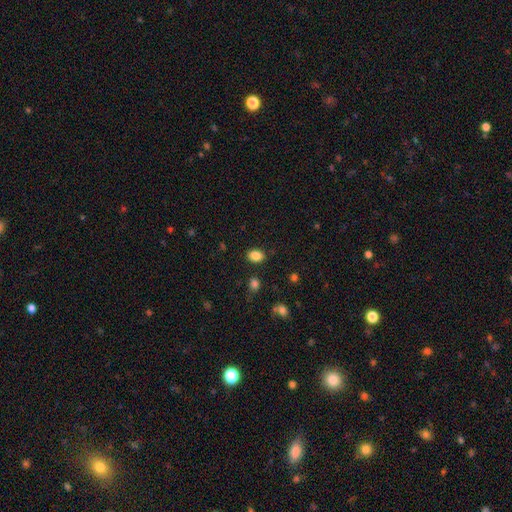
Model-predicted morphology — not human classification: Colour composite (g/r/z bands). It shows a smooth galaxy with no disk features (85%) that is in between round and cigar-shaped (72%). Merging: none (85%).